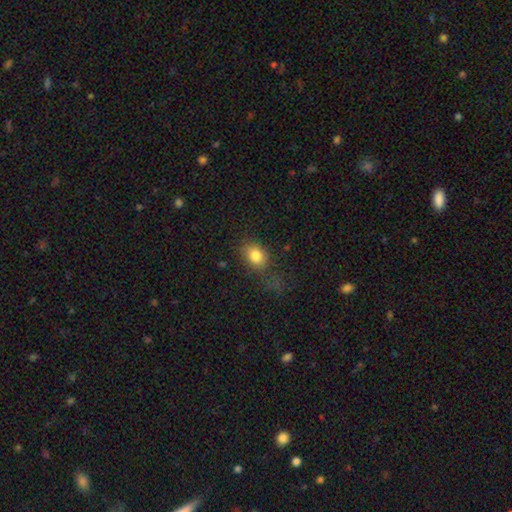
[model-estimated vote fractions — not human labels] smooth_or_featured: smooth (p=0.83) [alt: star or artifact p=0.10]
how_rounded: in between (p=0.65) [alt: round p=0.34]
merging: none (p=0.69) [alt: minor disturbance p=0.18]